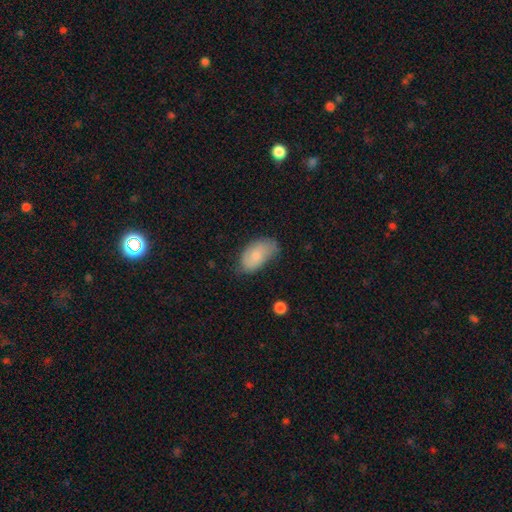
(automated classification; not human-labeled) Smooth or featured?
  - smooth: 70% *
  - featured or disk: 23%
  - star or artifact: 7%
How rounded?
  - in between: 94% *
  - round: 4%
  - cigar-shaped: 2%
Merging?
  - none: 60% *
  - minor disturbance: 31%
  - major disturbance: 8%
  - merger: 2%